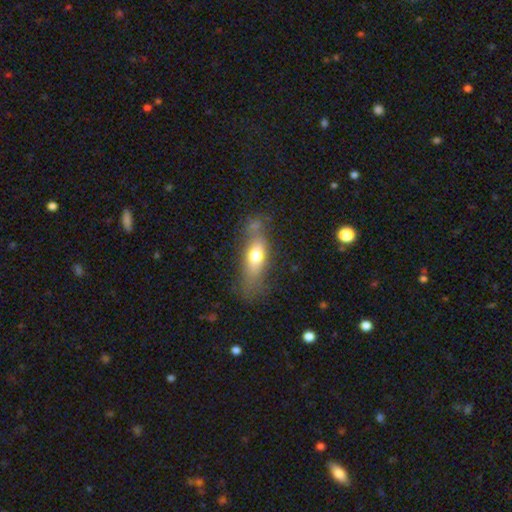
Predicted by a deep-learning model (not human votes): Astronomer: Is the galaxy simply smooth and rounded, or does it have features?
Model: smooth — 63%.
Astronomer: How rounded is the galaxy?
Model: in between — 60% (runner-up: cigar-shaped, 35%).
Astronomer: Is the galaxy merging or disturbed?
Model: none — 62%.